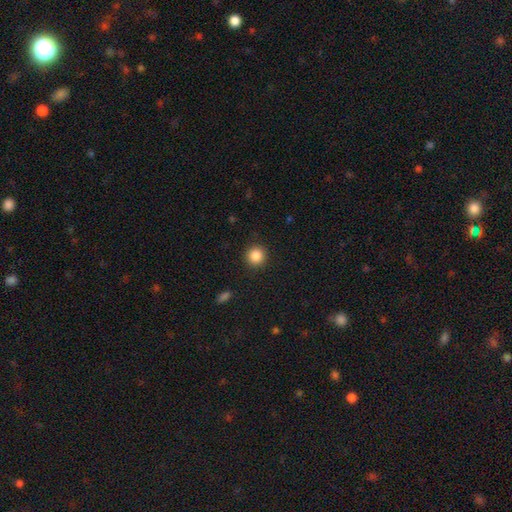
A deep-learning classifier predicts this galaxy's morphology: smooth-or-featured: smooth: 86% | star or artifact: 10% | featured or disk: 4%
  how-rounded: round: 94% | in between: 5% | cigar-shaped: 1%
  merging: none: 91% | minor disturbance: 5% | major disturbance: 2% | merger: 1%